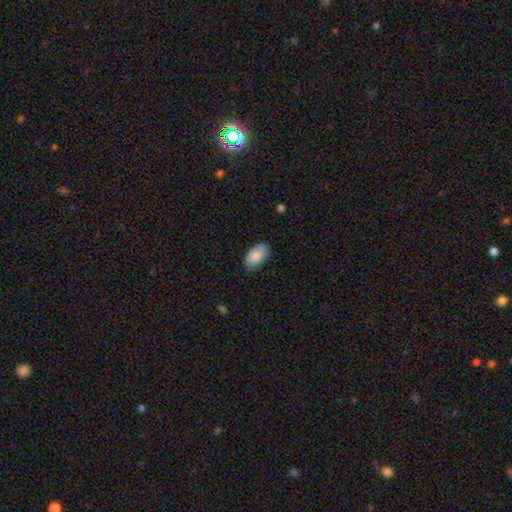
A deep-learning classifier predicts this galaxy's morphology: This is clearly a smooth galaxy (86%). How rounded: clearly in between (95%). Merging: clearly none (82%).